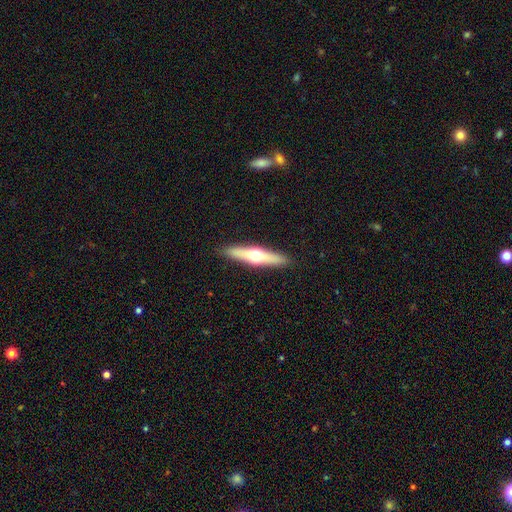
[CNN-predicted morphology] type=featured or disk (57%); edge-on=yes (95%); edge-on bulge=rounded (94%); merging=none (91%).